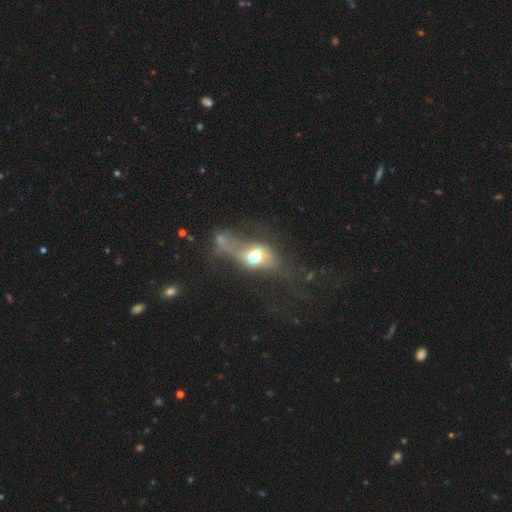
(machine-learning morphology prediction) Smooth or featured: featured or disk — 51% (smooth — 37%)
Edge-on disk: no — 67% (yes — 33%)
Merging: major disturbance — 43% (none — 24%)